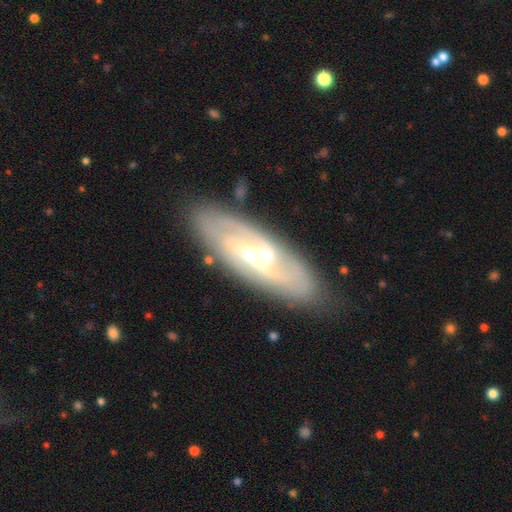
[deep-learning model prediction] The model was most divided on "spiral winding": medium: 44%, tight: 35%, loose: 21%. Remaining: spiral arms — yes (93%); edge-on disk — no (87%); merging — none (82%); smooth or featured — featured or disk (81%); spiral arm count — 2 (60%); bulge size — small (50%); bar — weak (48%).